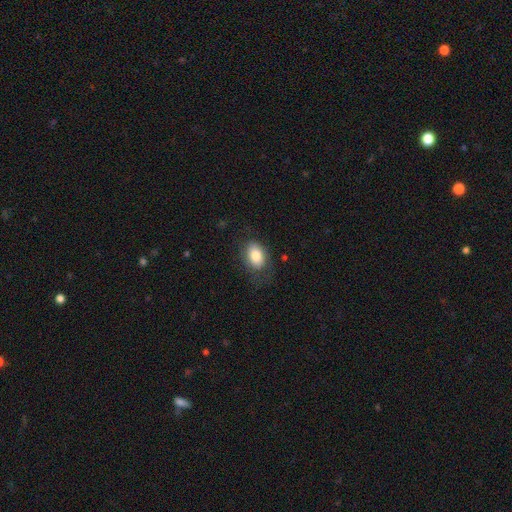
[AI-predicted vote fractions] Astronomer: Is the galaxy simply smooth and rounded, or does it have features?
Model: smooth — 80%.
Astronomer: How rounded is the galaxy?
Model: in between — 83%.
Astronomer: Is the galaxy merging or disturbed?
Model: none — 68%.